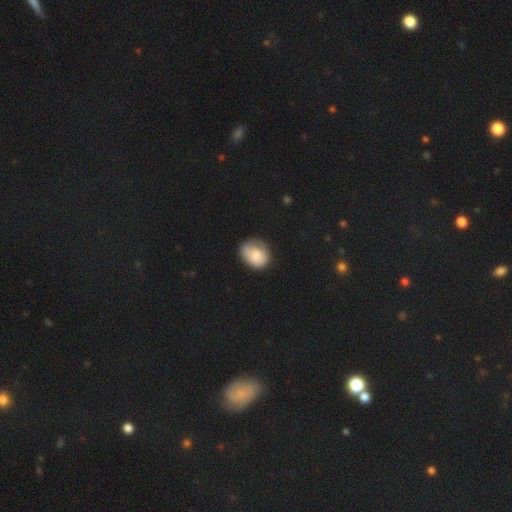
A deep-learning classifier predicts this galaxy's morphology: Smooth or featured? Predicted: smooth (p=0.79). How rounded? Predicted: in between (p=0.55). Merging? Predicted: none (p=0.60).